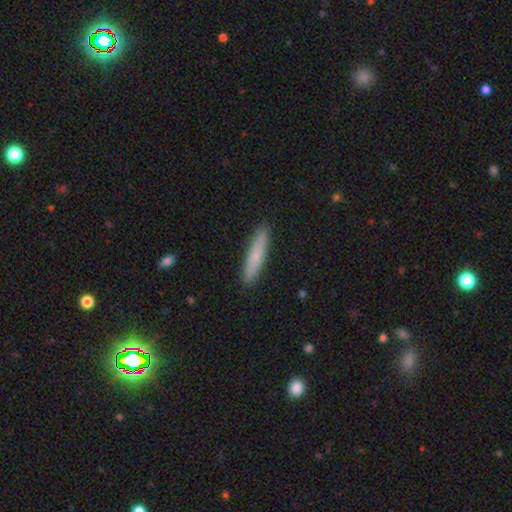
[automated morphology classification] smooth-or-featured: smooth: 77% | featured or disk: 17% | star or artifact: 6%
  how-rounded: cigar-shaped: 91% | in between: 7% | round: 1%
  merging: none: 91% | minor disturbance: 6% | major disturbance: 1% | merger: 1%